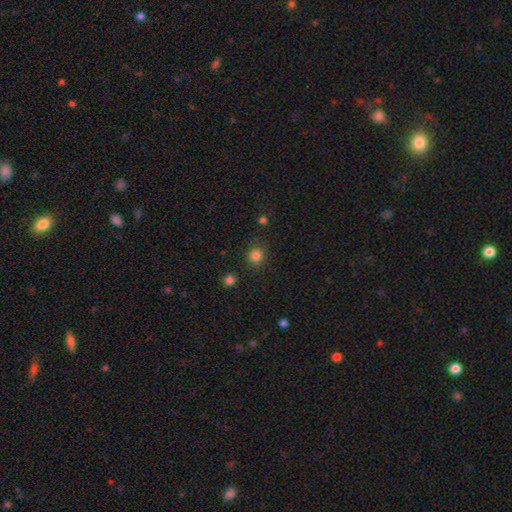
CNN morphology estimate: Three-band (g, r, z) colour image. It shows a smooth galaxy with no disk features (82%) that is round (91%). Merging: none (89%).